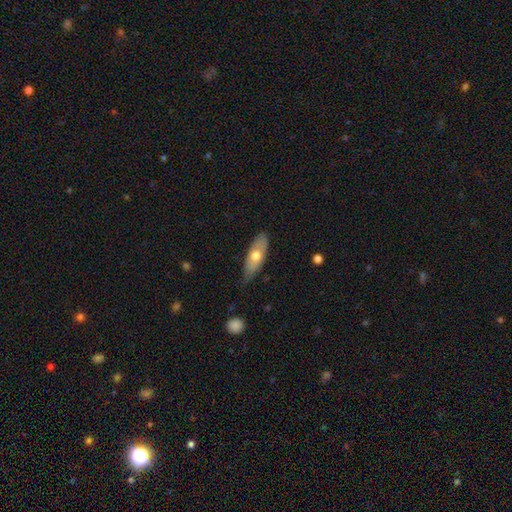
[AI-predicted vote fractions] smooth-or-featured: smooth: 59% | featured or disk: 35% | star or artifact: 6%
  how-rounded: in between: 65% | cigar-shaped: 31% | round: 3%
  merging: none: 74% | minor disturbance: 22% | major disturbance: 3% | merger: 1%